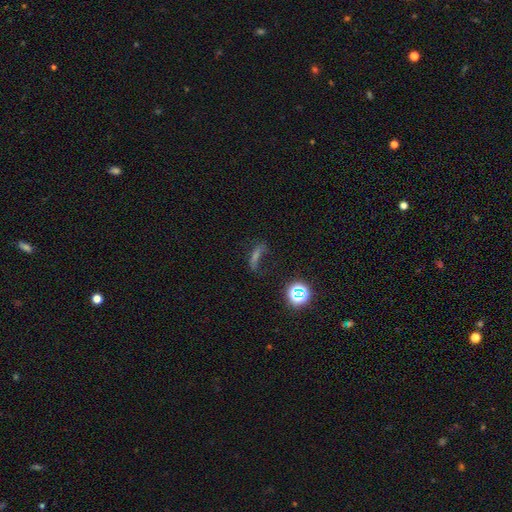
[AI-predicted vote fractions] Overall: smooth (35%; star or artifact 33%). Merging: none (50%; major disturbance 24%).